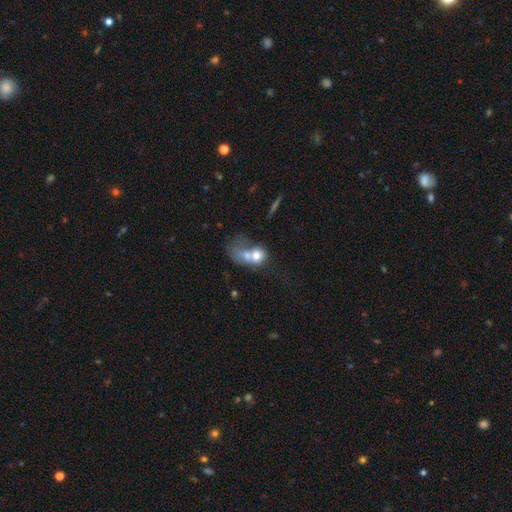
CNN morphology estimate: Smooth or featured?
  - smooth: 64% *
  - featured or disk: 26%
  - star or artifact: 10%
How rounded?
  - round: 50% *
  - in between: 48%
  - cigar-shaped: 2%
Merging?
  - merger: 67% *
  - major disturbance: 15%
  - none: 12%
  - minor disturbance: 7%